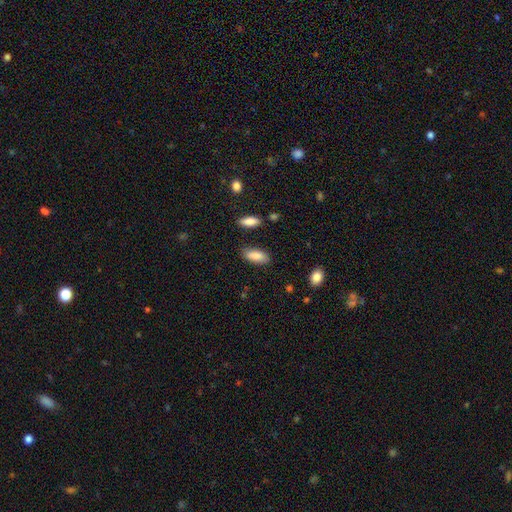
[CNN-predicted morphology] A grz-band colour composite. It shows a smooth galaxy with no disk features (86%) that is in between round and cigar-shaped (82%). Merging: none (83%).